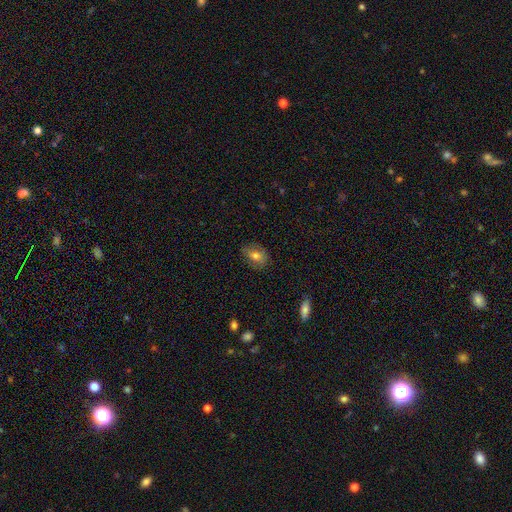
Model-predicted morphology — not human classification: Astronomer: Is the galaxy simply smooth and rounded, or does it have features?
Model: smooth — 70%.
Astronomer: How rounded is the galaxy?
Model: in between — 70%.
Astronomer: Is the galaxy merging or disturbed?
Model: none — 77%.